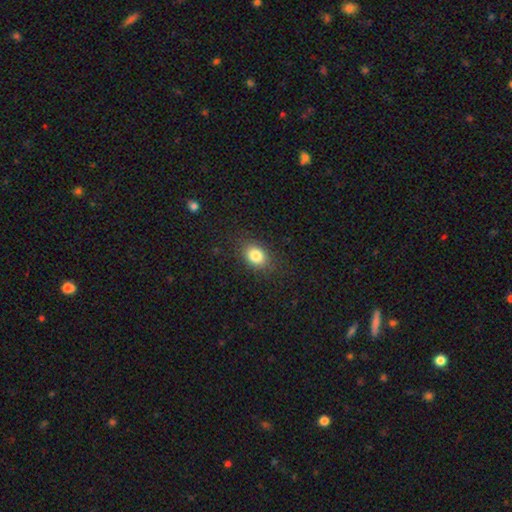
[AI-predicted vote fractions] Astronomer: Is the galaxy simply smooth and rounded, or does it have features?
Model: smooth — 83%.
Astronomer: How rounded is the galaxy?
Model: in between — 66%.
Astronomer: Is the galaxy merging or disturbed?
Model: none — 85%.